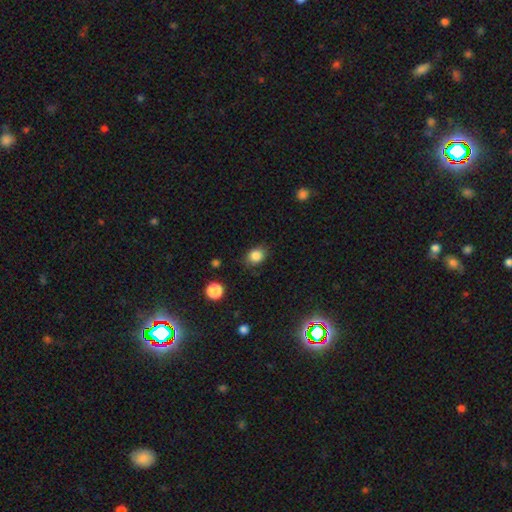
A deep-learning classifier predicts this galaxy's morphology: Smooth or featured? smooth (85%)
How rounded? round (54%)
Merging? none (80%)